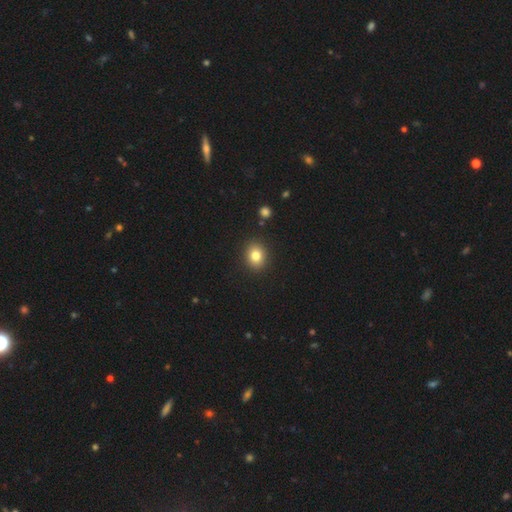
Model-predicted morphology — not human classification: smooth-or-featured: smooth: 82% | star or artifact: 11% | featured or disk: 7%
  how-rounded: round: 62% | in between: 37% | cigar-shaped: 1%
  merging: none: 90% | minor disturbance: 7% | major disturbance: 2% | merger: 2%